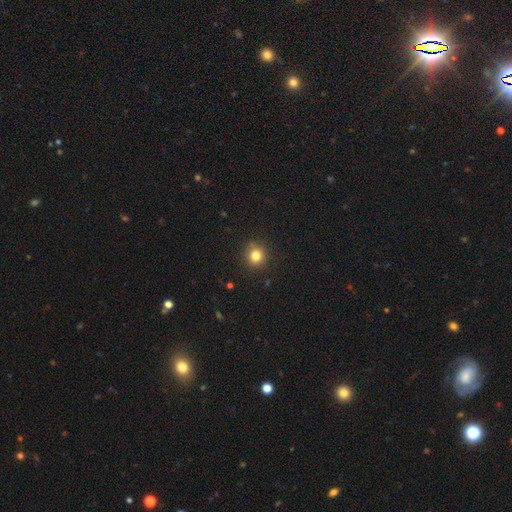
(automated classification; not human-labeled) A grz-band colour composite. It shows a smooth galaxy with no disk features (81%) that is round (88%). Merging: none (89%).